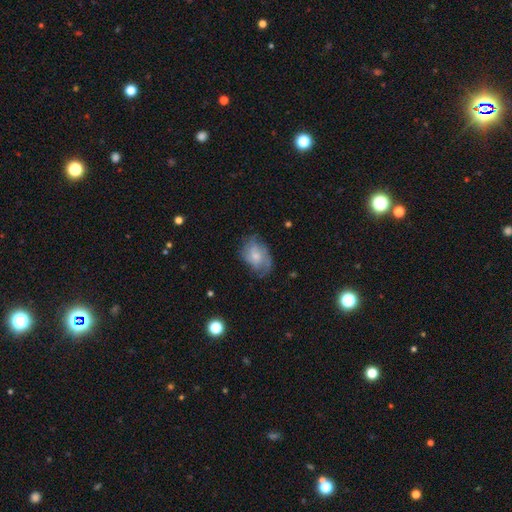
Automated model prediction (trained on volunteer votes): Smooth or featured? Predicted: smooth (p=0.49). Merging? Predicted: none (p=0.51).